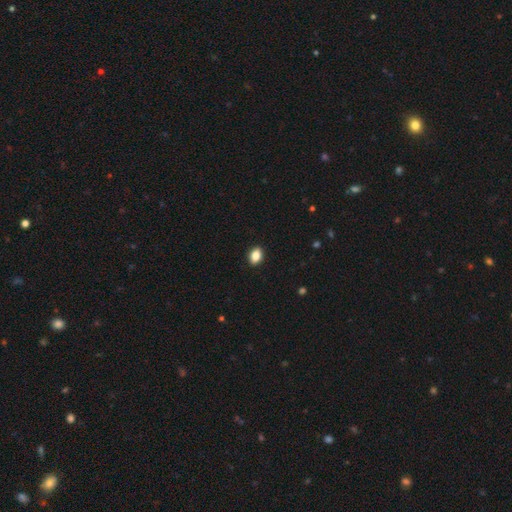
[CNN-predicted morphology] This is clearly a smooth galaxy (86%). How rounded: clearly in between (80%). Merging: clearly none (91%).